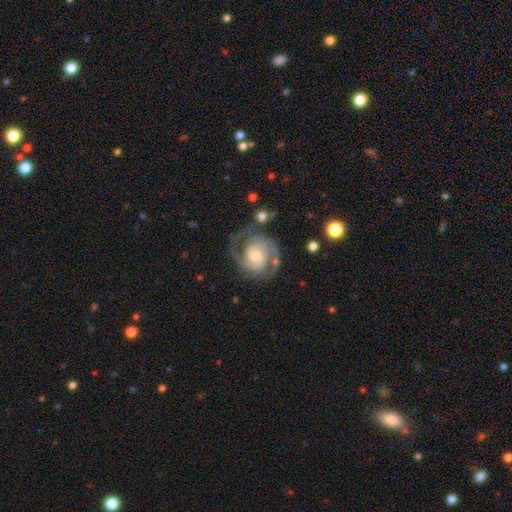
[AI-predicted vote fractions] Overall: featured or disk (91%). Edge-on disk: no (98%). Bar: no (56%; weak 33%). Spiral arms: yes (98%). Spiral arm count: 2 (84%). Spiral winding: tight (47%; medium 45%). Bulge size: small (56%; moderate 35%). Merging: none (74%).